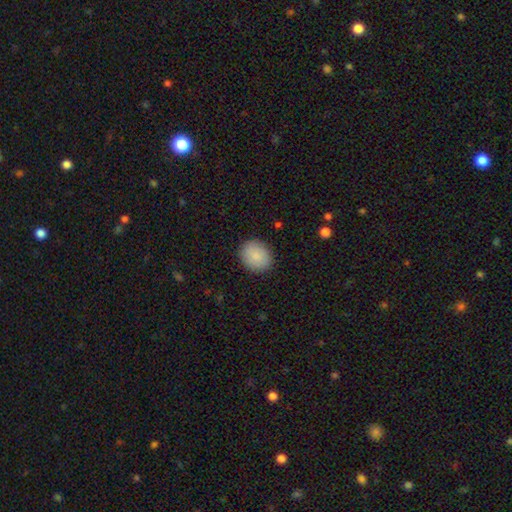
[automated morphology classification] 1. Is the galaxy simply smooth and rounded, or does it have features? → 88% smooth, 7% star or artifact, 6% featured or disk.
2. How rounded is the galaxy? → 65% round, 34% in between, 1% cigar-shaped.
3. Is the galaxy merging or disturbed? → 89% none, 8% minor disturbance, 2% major disturbance, 1% merger.